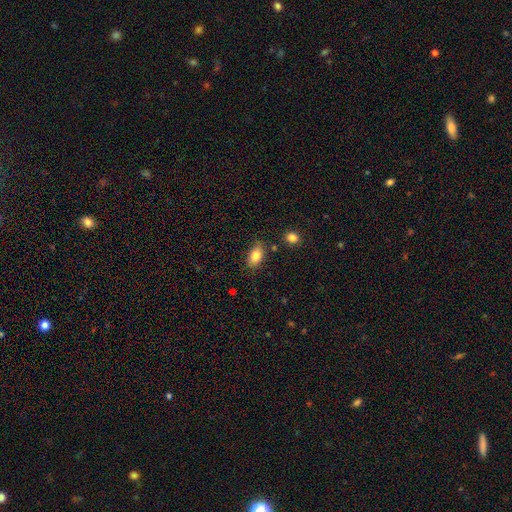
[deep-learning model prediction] smooth-or-featured: smooth: 83% | featured or disk: 9% | star or artifact: 8%
  how-rounded: in between: 89% | round: 9% | cigar-shaped: 3%
  merging: none: 75% | minor disturbance: 18% | merger: 4% | major disturbance: 4%